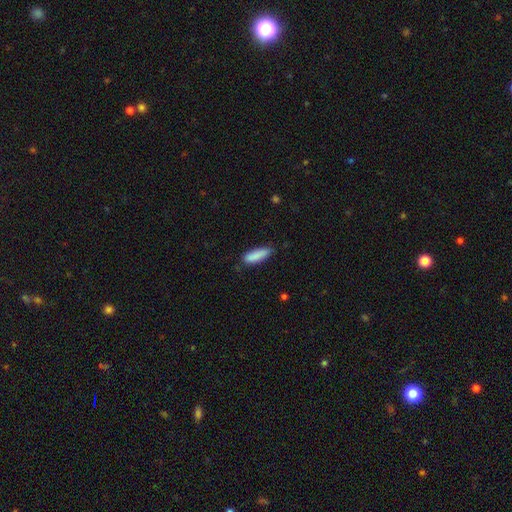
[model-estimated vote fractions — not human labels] Overall: smooth (87%). How rounded: cigar-shaped (60%; in between 39%). Merging: none (75%).